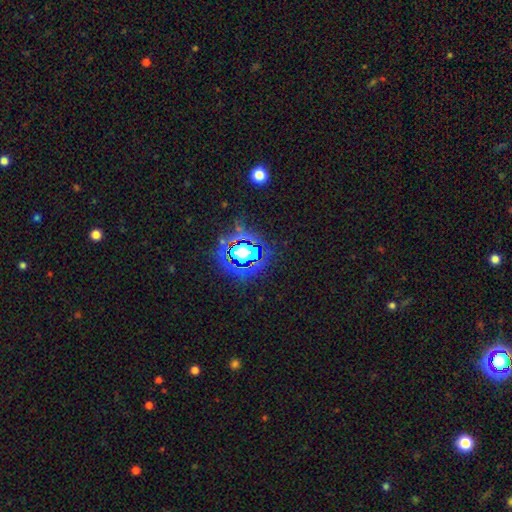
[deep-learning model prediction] Morphology: type=star or artifact (80%).